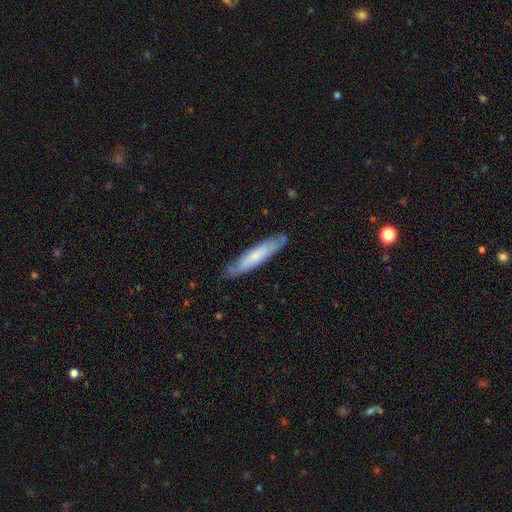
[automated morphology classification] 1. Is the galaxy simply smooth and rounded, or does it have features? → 58% smooth, 36% featured or disk, 6% star or artifact.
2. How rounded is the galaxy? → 87% cigar-shaped, 12% in between, 1% round.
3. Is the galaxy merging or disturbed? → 81% none, 15% minor disturbance, 3% major disturbance, 1% merger.